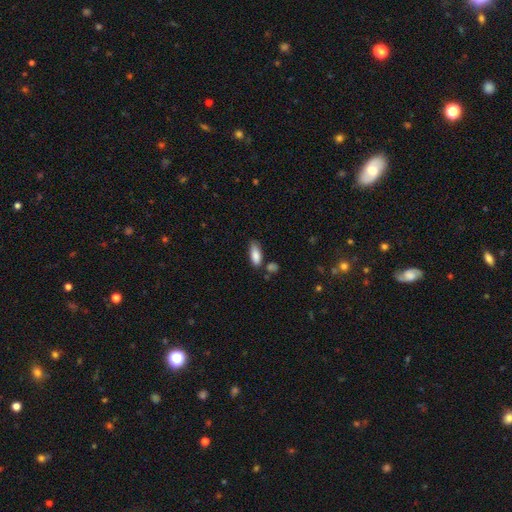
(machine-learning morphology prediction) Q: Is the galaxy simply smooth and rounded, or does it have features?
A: smooth — 86%.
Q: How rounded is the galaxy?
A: in between — 77%.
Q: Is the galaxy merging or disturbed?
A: none — 64%.